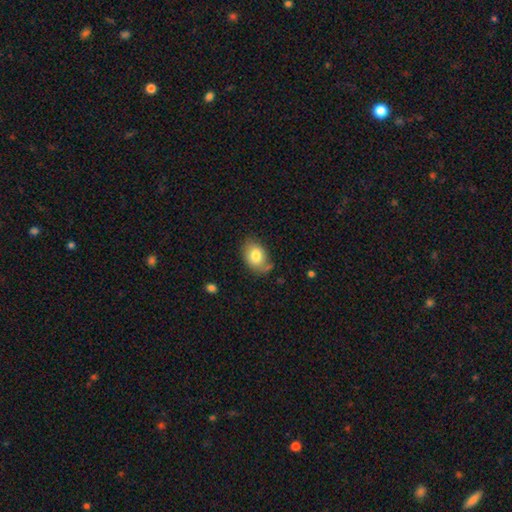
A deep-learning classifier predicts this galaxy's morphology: A smooth galaxy with no disk features (79%) that is in between round and cigar-shaped (80%). Merging: none (63%).